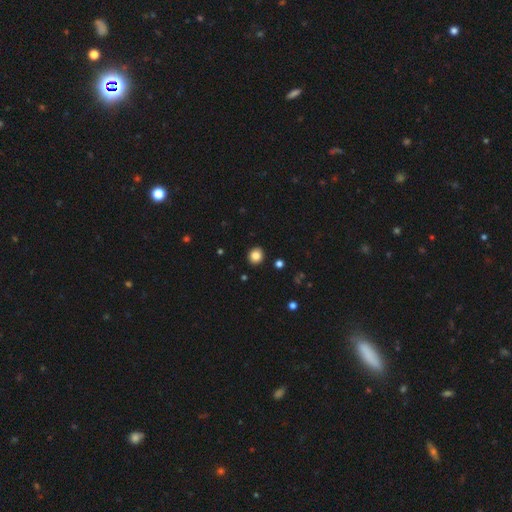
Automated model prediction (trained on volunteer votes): This appears to be a smooth galaxy with no disk features (84%) that is round (84%). Merging: none (92%).